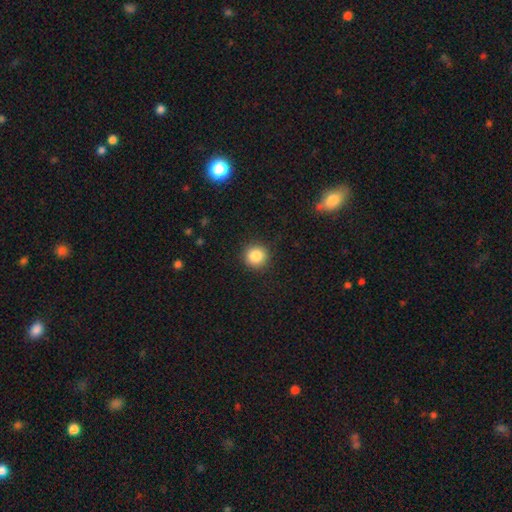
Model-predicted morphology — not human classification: The model was most divided on "smooth or featured": smooth: 86%, star or artifact: 9%, featured or disk: 4%. More confident: how rounded — round (93%); merging — none (91%).